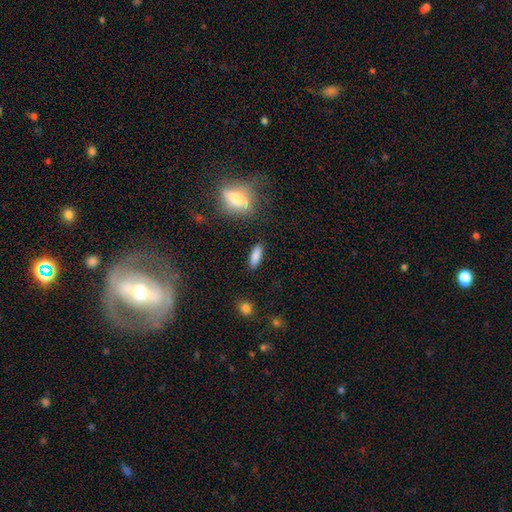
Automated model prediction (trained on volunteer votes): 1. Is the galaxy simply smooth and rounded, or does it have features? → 85% smooth, 8% featured or disk, 7% star or artifact.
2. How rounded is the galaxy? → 53% in between, 45% cigar-shaped, 2% round.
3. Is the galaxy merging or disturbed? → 86% none, 9% minor disturbance, 3% major disturbance, 2% merger.